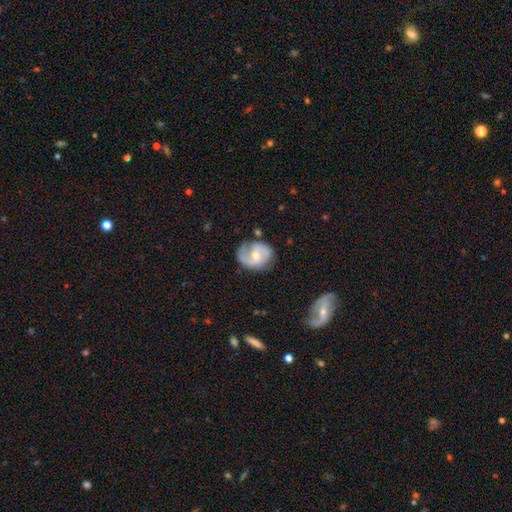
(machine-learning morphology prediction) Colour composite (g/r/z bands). It shows a featured or disk galaxy (66%) with no bar (47%), 2 (78%) medium (45%) spiral arms (84%) and a moderate central bulge (60%). Merging: none (66%).